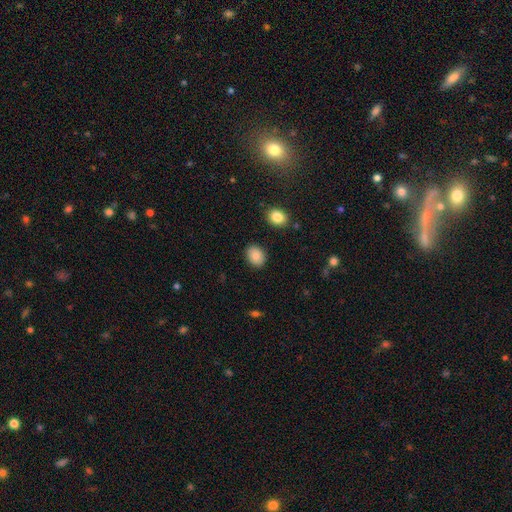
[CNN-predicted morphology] This appears to be a smooth galaxy with no disk features (86%) that is in between round and cigar-shaped (62%). Merging: none (88%).